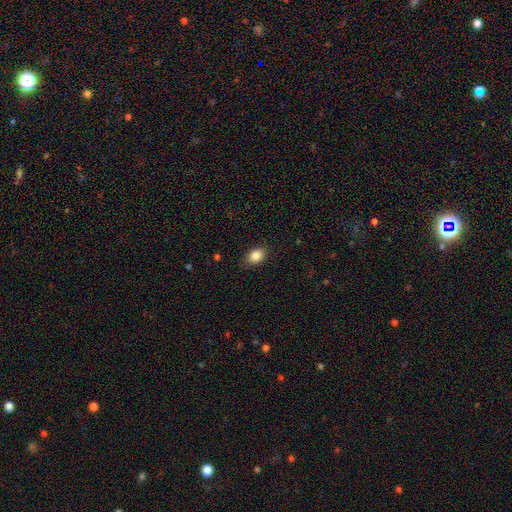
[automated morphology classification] type=smooth (86%); roundness=in between (77%); merging=none (85%).